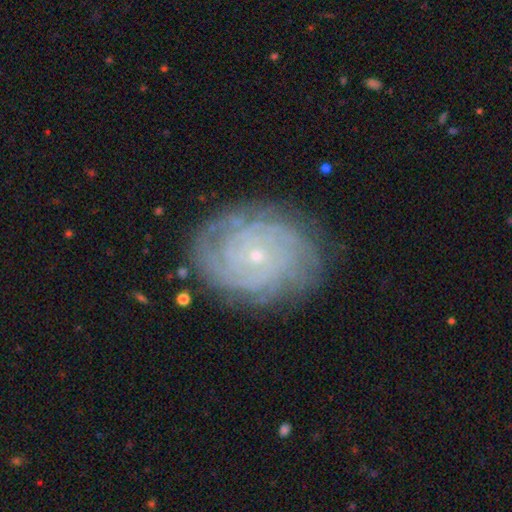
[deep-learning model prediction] Overall: featured or disk (85%). Edge-on disk: no (97%). Bar: no (81%). Spiral arms: yes (96%). Spiral arm count: can't tell (32%; 4 20%). Spiral winding: tight (83%). Bulge size: small (86%). Merging: none (81%).